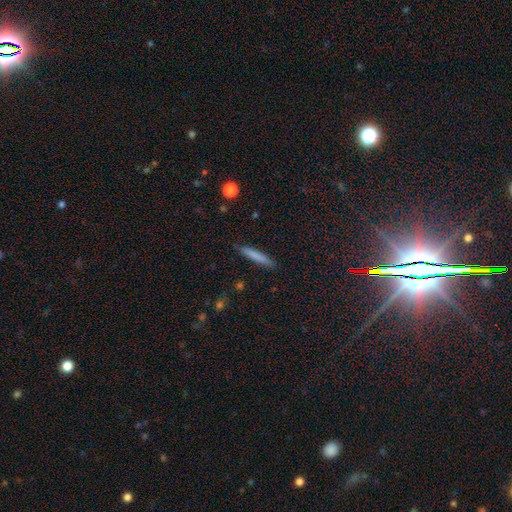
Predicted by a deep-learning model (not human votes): This is likely a smooth galaxy (77%). How rounded: clearly cigar-shaped (94%). Merging: clearly none (88%).